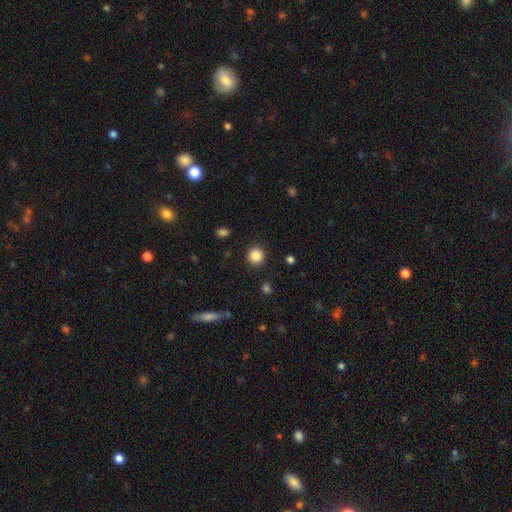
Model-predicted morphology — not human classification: smooth 85%, star or artifact 10%, featured or disk 4%. Down the decision tree: how rounded — round (93%); merging — none (91%).